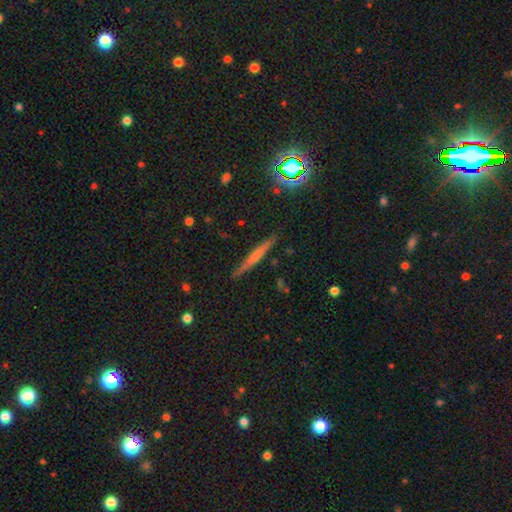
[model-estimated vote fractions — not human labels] Overall: smooth (45%; featured or disk 44%). Merging: none (88%).